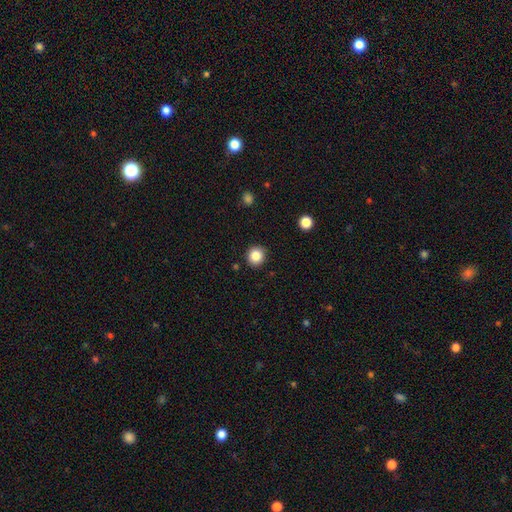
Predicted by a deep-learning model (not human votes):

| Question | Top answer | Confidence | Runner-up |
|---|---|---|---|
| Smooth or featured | smooth | 85% | star or artifact (10%) |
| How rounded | round | 93% | in between (6%) |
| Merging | none | 91% | minor disturbance (6%) |